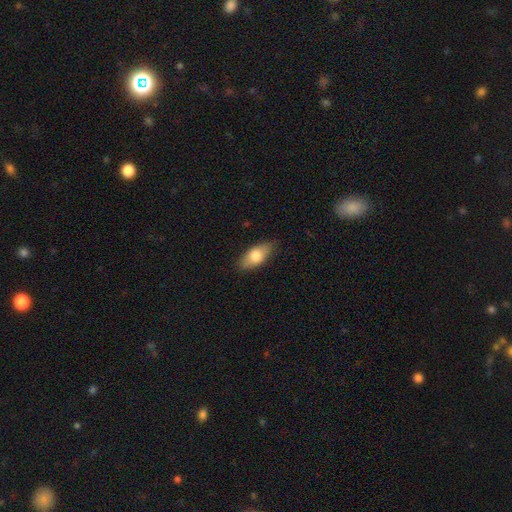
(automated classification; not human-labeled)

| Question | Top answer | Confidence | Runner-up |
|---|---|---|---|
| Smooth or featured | smooth | 77% | featured or disk (17%) |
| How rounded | in between | 87% | cigar-shaped (10%) |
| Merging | none | 83% | minor disturbance (13%) |